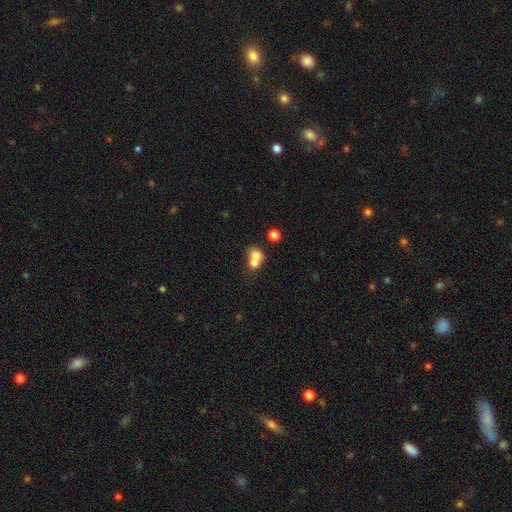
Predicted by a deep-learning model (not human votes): Smooth or featured?
  - smooth: 71% *
  - featured or disk: 18%
  - star or artifact: 10%
How rounded?
  - round: 66% *
  - in between: 33%
  - cigar-shaped: 1%
Merging?
  - merger: 68% *
  - none: 23%
  - minor disturbance: 6%
  - major disturbance: 3%